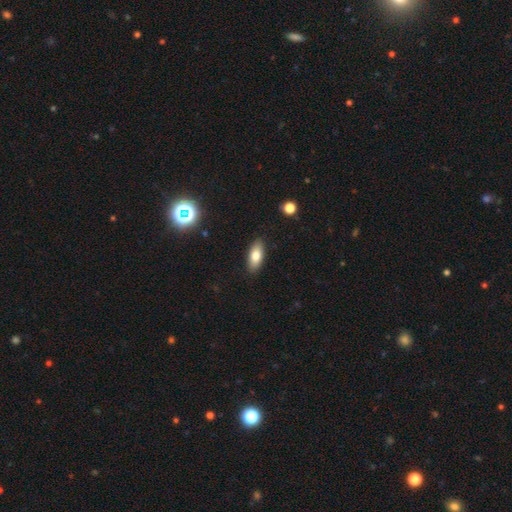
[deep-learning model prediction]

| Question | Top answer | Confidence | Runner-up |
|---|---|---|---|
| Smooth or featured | smooth | 79% | featured or disk (14%) |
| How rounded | in between | 84% | cigar-shaped (13%) |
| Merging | none | 88% | minor disturbance (9%) |